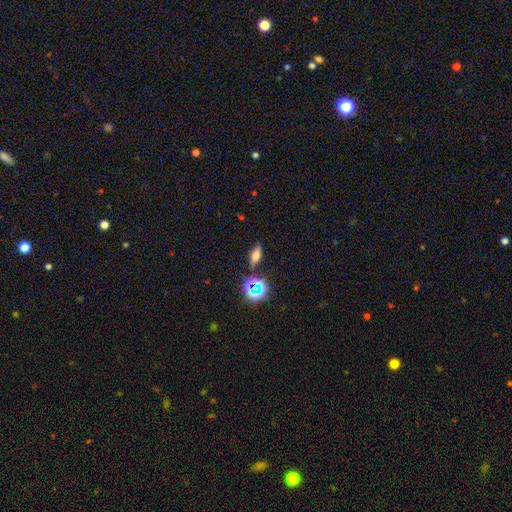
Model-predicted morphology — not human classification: A smooth galaxy with no disk features (50%). Merging: none (84%).